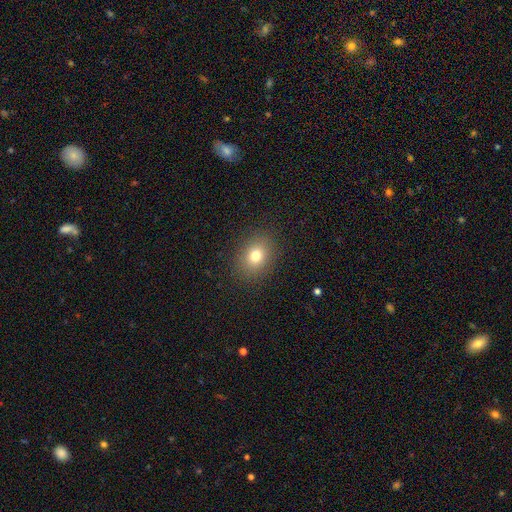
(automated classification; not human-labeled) Smooth or featured? smooth (76%)
How rounded? in between (50%)
Merging? none (88%)